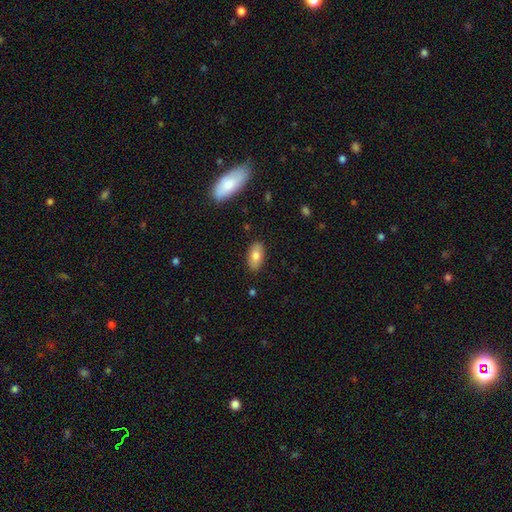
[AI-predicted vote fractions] A smooth galaxy with no disk features (79%) that is in between round and cigar-shaped (92%).

Vote fractions:
- Smooth or featured? smooth: 79% / featured or disk: 14% / star or artifact: 7%
- How rounded? in between: 92% / cigar-shaped: 5% / round: 4%
- Merging? none: 86% / minor disturbance: 10% / major disturbance: 2% / merger: 1%